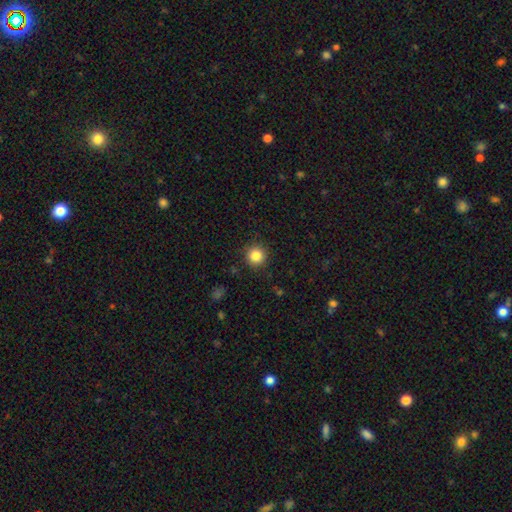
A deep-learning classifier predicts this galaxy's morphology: Overall: smooth (85%). How rounded: round (95%). Merging: none (90%).